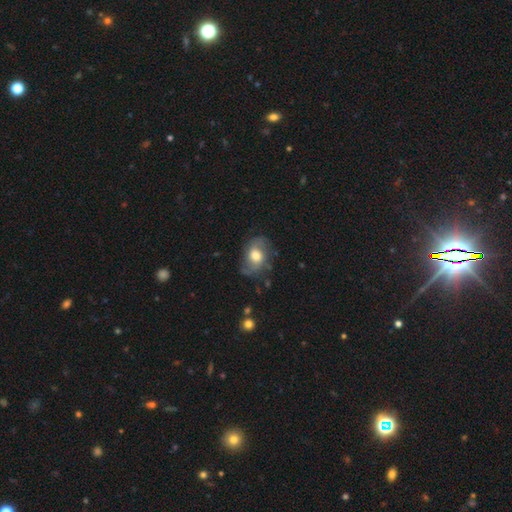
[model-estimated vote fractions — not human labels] smooth-or-featured: featured or disk: 53% | smooth: 40% | star or artifact: 8%
  disk-edge-on: no: 95% | yes: 5%
    bar: no: 67% | weak: 27% | strong: 6%
    has-spiral-arms: yes: 75% | no: 25%
    bulge-size: moderate: 55% | large: 35% | small: 6% | dominant: 3% | none: 1%
  merging: none: 65% | minor disturbance: 23% | major disturbance: 10% | merger: 2%